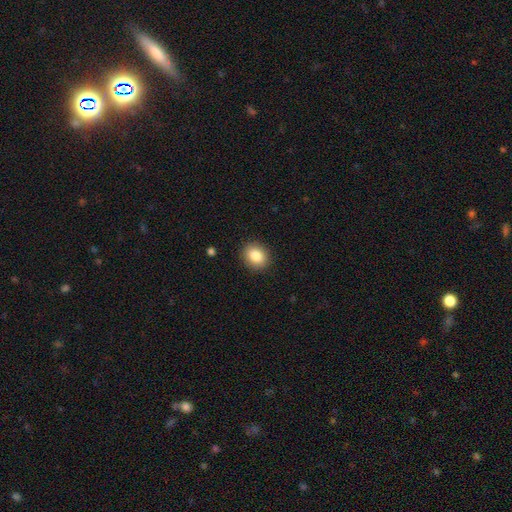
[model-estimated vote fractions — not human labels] smooth 85%, star or artifact 9%, featured or disk 6%. Down the decision tree: how rounded — round (64%); merging — none (90%).